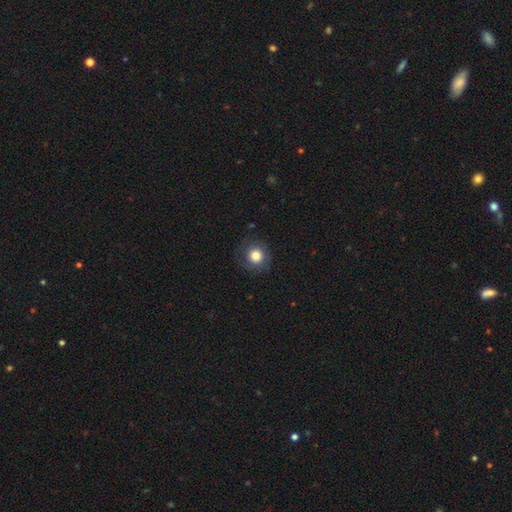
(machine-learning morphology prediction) Overall: smooth (80%). How rounded: round (90%). Merging: none (78%).